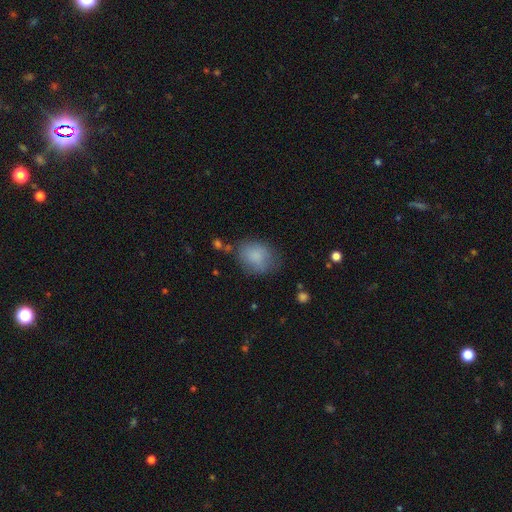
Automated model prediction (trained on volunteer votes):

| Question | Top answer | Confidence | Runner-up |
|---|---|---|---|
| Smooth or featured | smooth | 83% | featured or disk (9%) |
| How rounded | in between | 52% | round (47%) |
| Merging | none | 64% | minor disturbance (24%) |